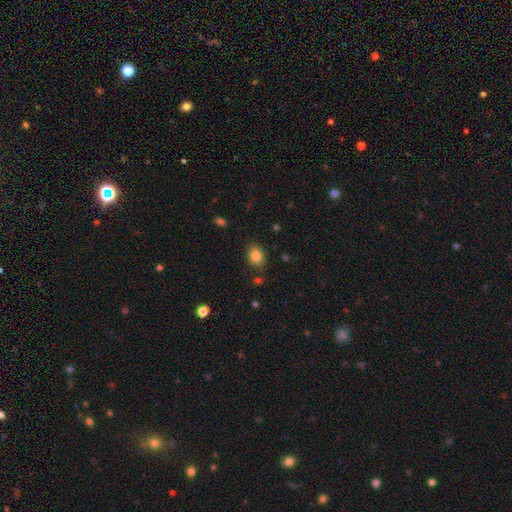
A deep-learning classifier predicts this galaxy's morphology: The model was most divided on "how rounded": in between: 69%, round: 30%, cigar-shaped: 1%. More confident: smooth or featured — smooth (84%); merging — none (83%).